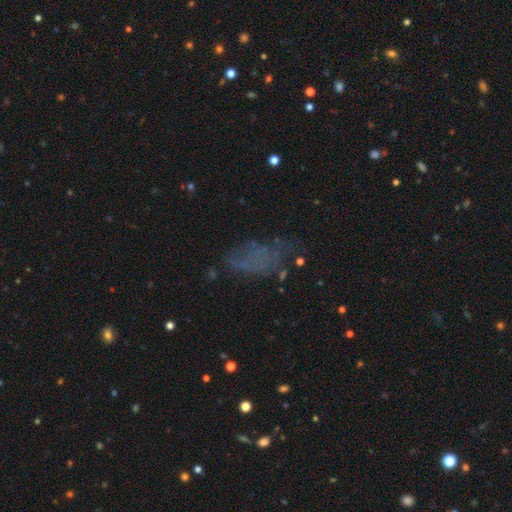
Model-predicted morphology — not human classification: A smooth galaxy with no disk features (45%). Merging: none (58%).